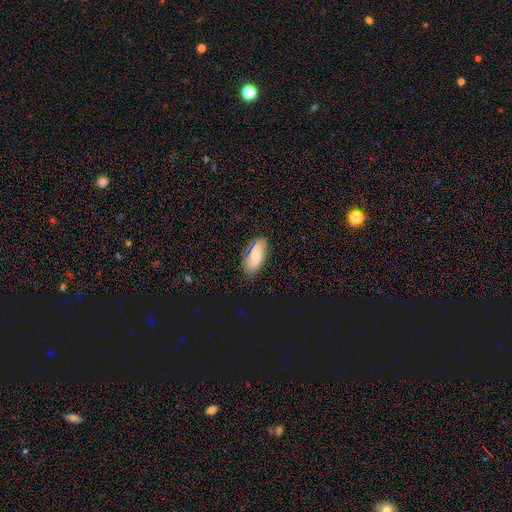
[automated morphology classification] Smooth or featured: smooth — 50% (featured or disk — 40%)
How rounded: in between — 89% (cigar-shaped — 7%)
Merging: none — 80% (minor disturbance — 15%)